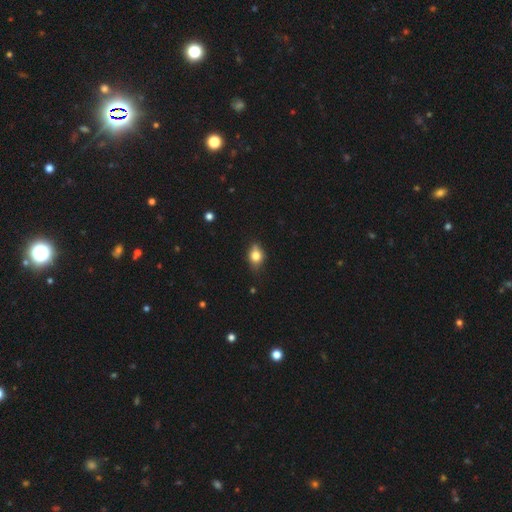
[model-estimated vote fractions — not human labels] Morphology: type=smooth (73%); roundness=in between (69%); merging=none (70%).